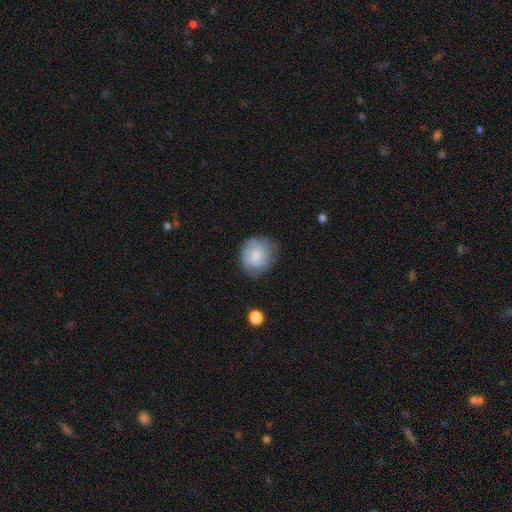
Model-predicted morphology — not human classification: Overall: smooth (70%). How rounded: round (72%). Merging: none (64%; minor disturbance 27%).